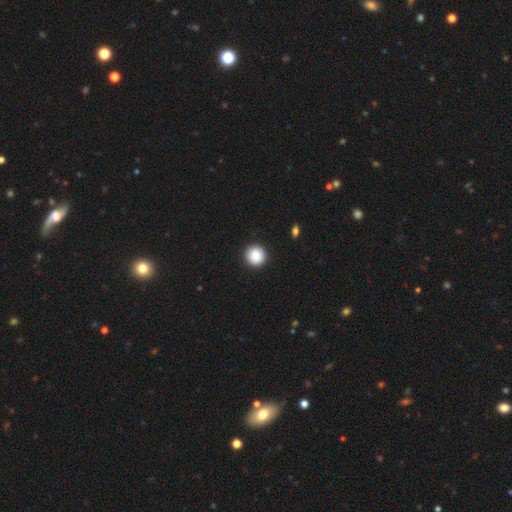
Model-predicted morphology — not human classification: type=smooth (88%); roundness=round (95%); merging=none (92%).